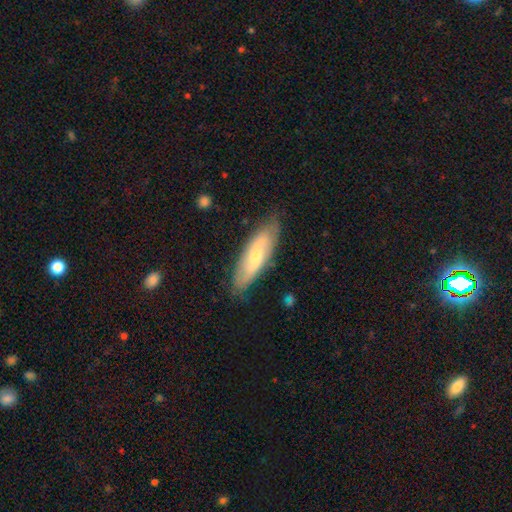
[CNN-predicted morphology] This is possibly a featured or disk galaxy (57%). It is likely not viewed edge-on (76%). Merging: clearly none (81%).